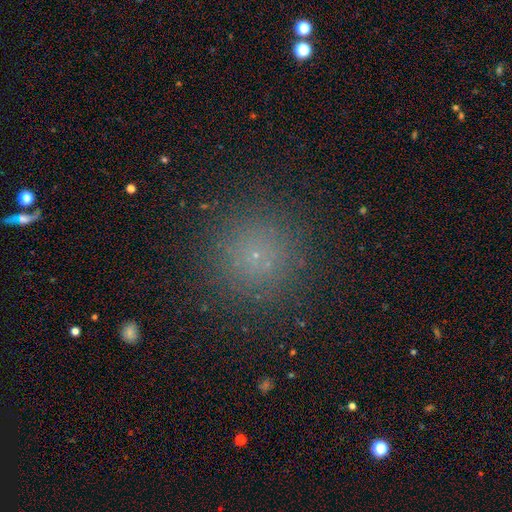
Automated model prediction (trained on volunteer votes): A smooth galaxy with no disk features (67%) that is round (96%). Merging: none (90%).